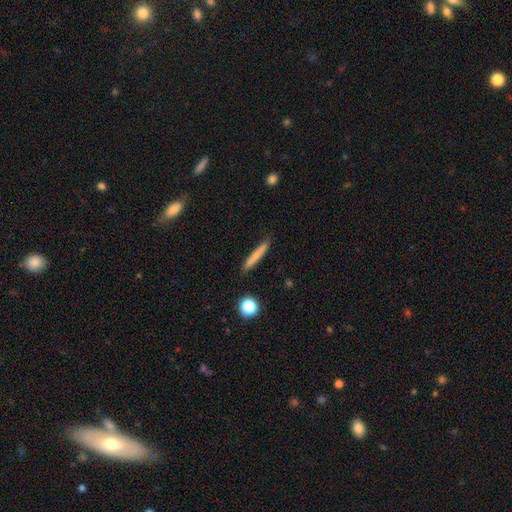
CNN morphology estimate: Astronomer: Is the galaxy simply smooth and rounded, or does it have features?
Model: smooth — 74%.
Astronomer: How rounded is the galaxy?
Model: cigar-shaped — 95%.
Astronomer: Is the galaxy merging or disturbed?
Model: none — 88%.